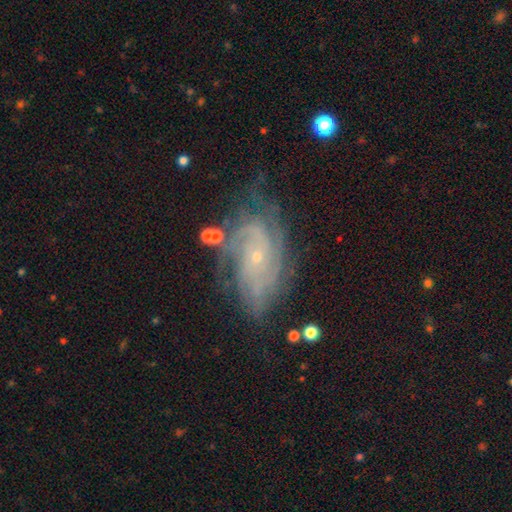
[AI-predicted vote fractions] This is clearly a featured or disk galaxy (81%). It is clearly not viewed edge-on (95%). Bar: likely no (75%). Spiral arm pattern: clearly yes (95%). Spiral arm count: marginally can't tell (35%). Spiral winding: likely tight (63%). Central bulge: clearly small (83%). Merging: likely none (65%).